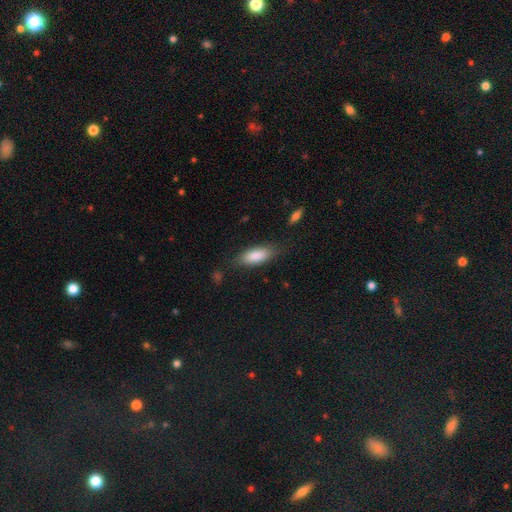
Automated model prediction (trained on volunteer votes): This is clearly a smooth galaxy (86%). How rounded: likely in between (77%). Merging: likely none (76%).